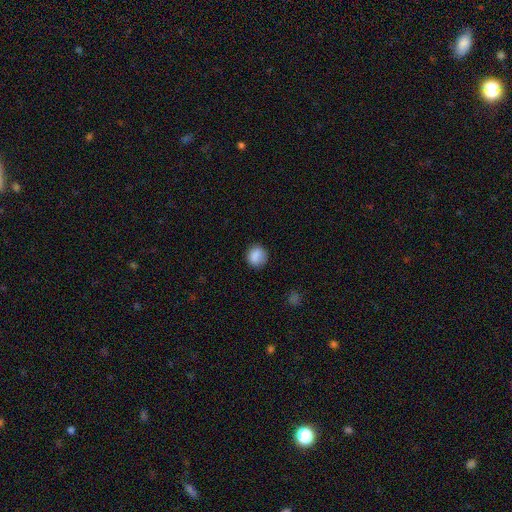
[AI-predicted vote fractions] The model was most divided on "how rounded": round: 81%, in between: 18%, cigar-shaped: 1%. More confident: smooth or featured — smooth (87%); merging — none (84%).